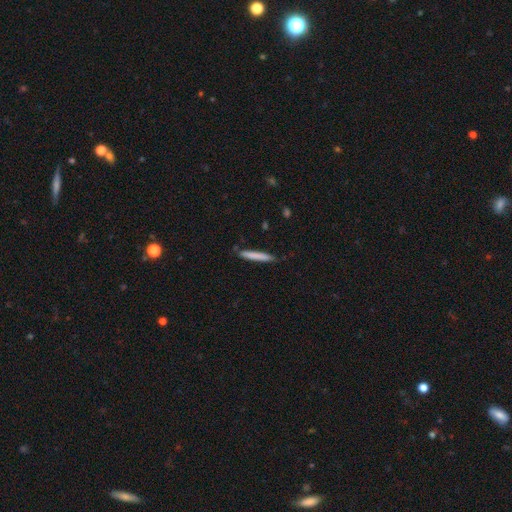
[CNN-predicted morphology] The model was most divided on "smooth or featured": smooth: 77%, featured or disk: 18%, star or artifact: 6%. More confident: how rounded — cigar-shaped (96%); merging — none (83%).